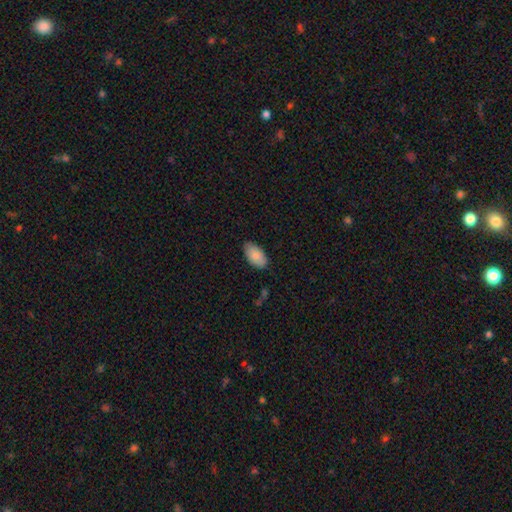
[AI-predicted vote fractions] This is clearly a smooth galaxy (87%). How rounded: clearly in between (95%). Merging: clearly none (83%).